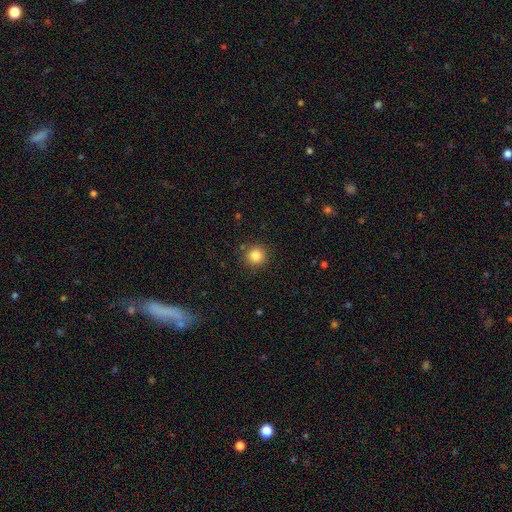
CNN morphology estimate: type=smooth (83%); roundness=round (94%); merging=none (89%).